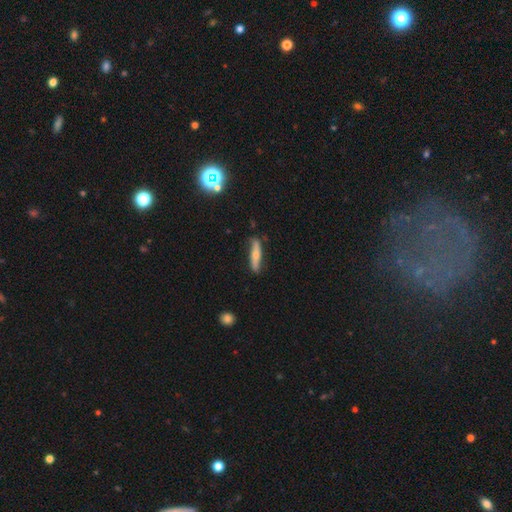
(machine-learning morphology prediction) A smooth galaxy with no disk features (60%) that is cigar-shaped (83%). Merging: none (76%).